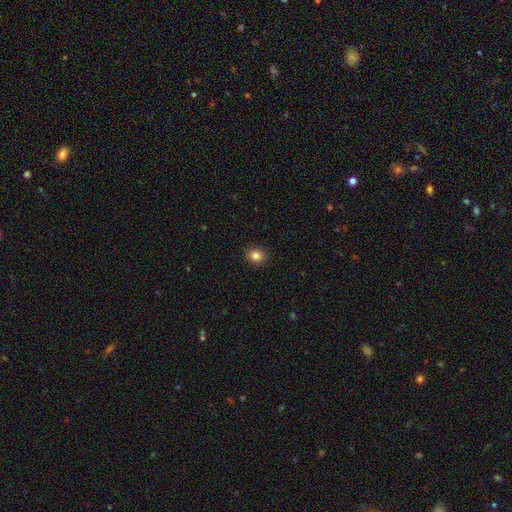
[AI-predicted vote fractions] smooth-or-featured: smooth: 84% | star or artifact: 11% | featured or disk: 5%
  how-rounded: round: 77% | in between: 22% | cigar-shaped: 1%
  merging: none: 90% | minor disturbance: 7% | major disturbance: 2% | merger: 1%